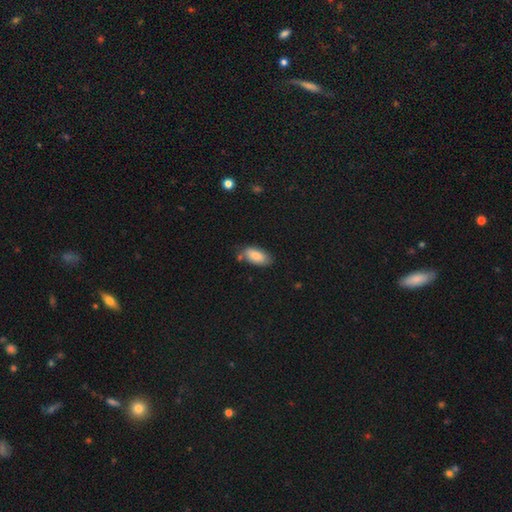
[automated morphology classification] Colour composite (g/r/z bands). It shows a smooth galaxy with no disk features (82%) that is in between round and cigar-shaped (90%). Merging: none (71%).